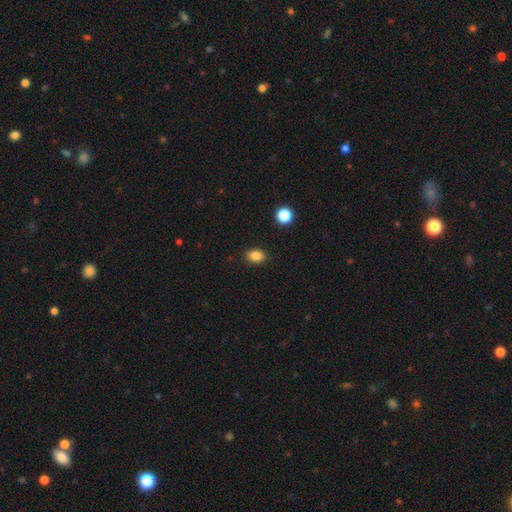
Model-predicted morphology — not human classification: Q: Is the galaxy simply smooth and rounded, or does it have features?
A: smooth — 85%.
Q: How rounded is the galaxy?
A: in between — 66%.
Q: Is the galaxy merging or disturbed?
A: none — 88%.